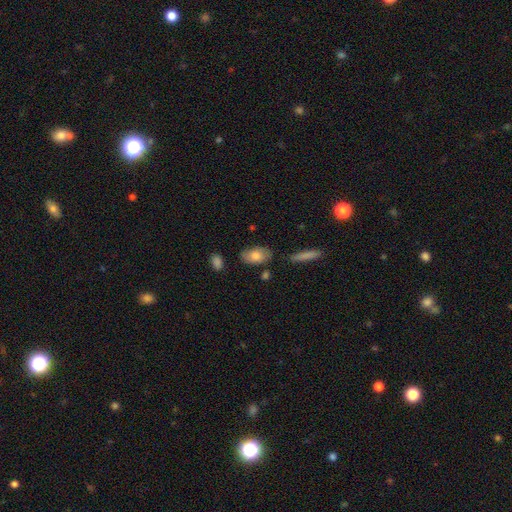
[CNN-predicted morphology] This appears to be a smooth galaxy with no disk features (75%) that is in between round and cigar-shaped (91%). Merging: none (75%).